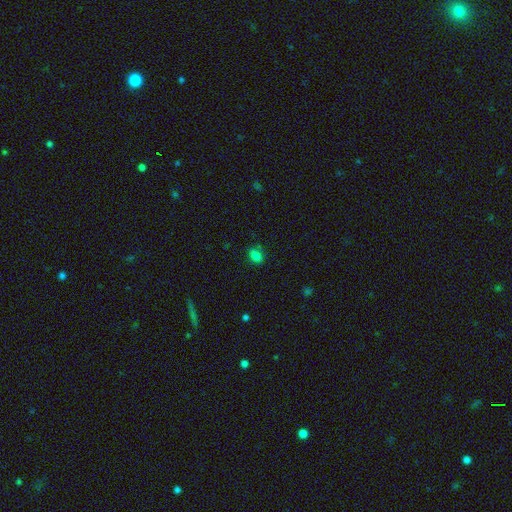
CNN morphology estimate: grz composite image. It shows a smooth galaxy with no disk features (80%) that is in between round and cigar-shaped (80%). Merging: none (78%).